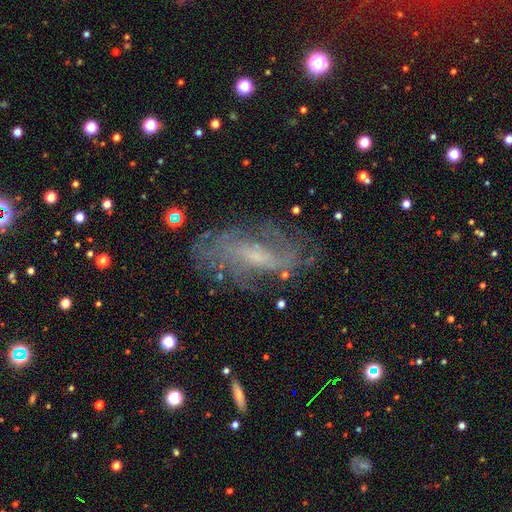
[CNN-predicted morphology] smooth-or-featured: featured or disk: 76% | smooth: 15% | star or artifact: 10%
  disk-edge-on: no: 90% | yes: 10%
    bar: weak: 44% | no: 40% | strong: 16%
    has-spiral-arms: yes: 84% | no: 16%
      spiral-winding: tight: 43% | medium: 37% | loose: 20%
      spiral-arm-count: can't tell: 51% | 2: 20% | 3: 10% | 4: 8% | more than 4: 6% | 1: 5%
    bulge-size: small: 58% | moderate: 23% | none: 15% | large: 3% | dominant: 1%
  merging: none: 70% | minor disturbance: 18% | major disturbance: 10% | merger: 2%